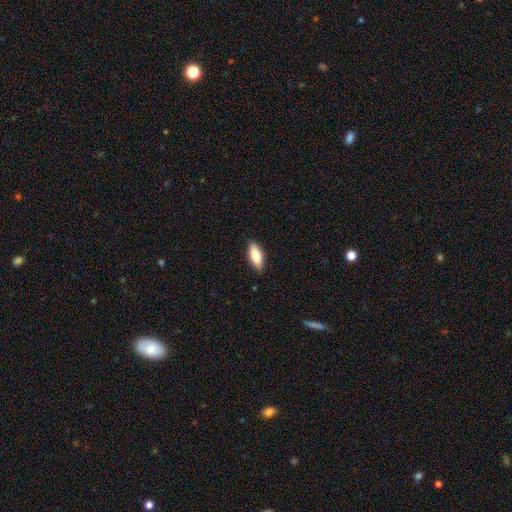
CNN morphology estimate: Smooth or featured? smooth (77%)
How rounded? in between (79%)
Merging? none (86%)